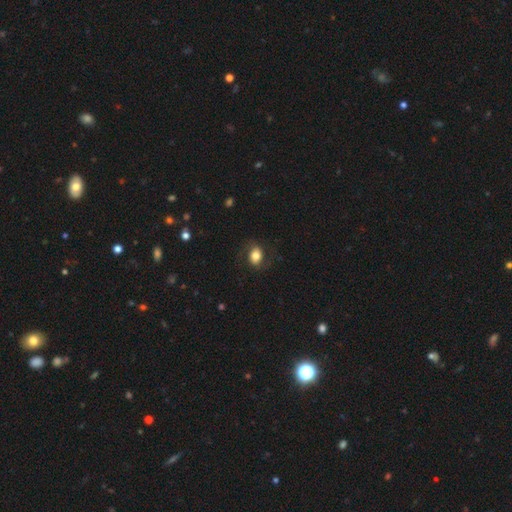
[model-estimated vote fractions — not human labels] Q: Smooth or featured?
A: smooth (72%); runner-up: featured or disk (20%)
Q: How rounded?
A: in between (70%); runner-up: round (29%)
Q: Merging?
A: none (75%); runner-up: minor disturbance (15%)